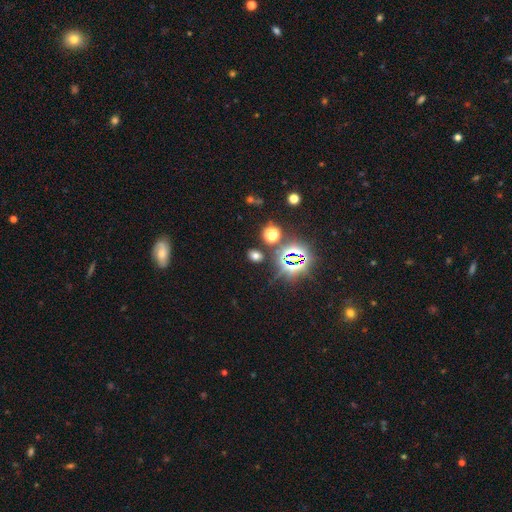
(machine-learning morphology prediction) smooth-or-featured: smooth: 57% | star or artifact: 35% | featured or disk: 7%
  how-rounded: in between: 63% | round: 35% | cigar-shaped: 2%
  merging: none: 84% | minor disturbance: 8% | merger: 4% | major disturbance: 4%